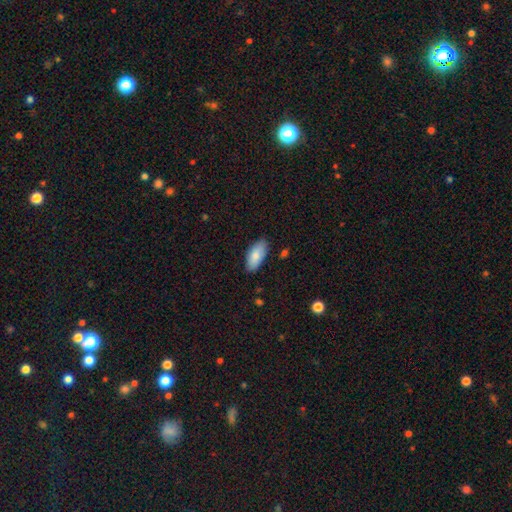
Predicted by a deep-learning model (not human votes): A smooth galaxy with no disk features (81%) that is in between round and cigar-shaped (91%). Merging: none (83%).